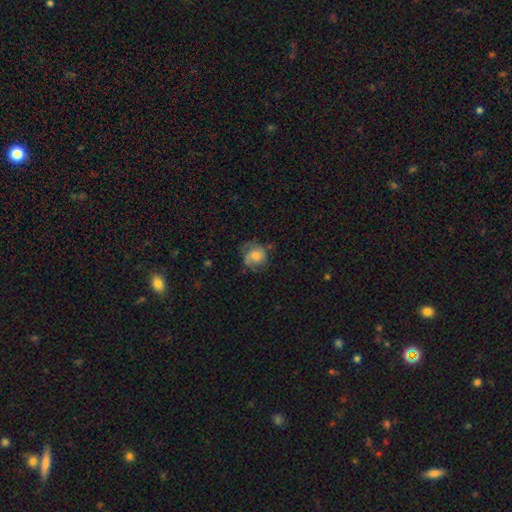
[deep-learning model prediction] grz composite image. It shows a smooth galaxy with no disk features (54%) that is round (77%). Merging: none (58%).